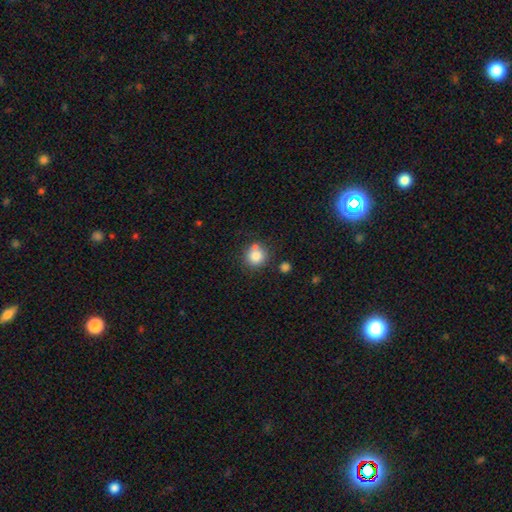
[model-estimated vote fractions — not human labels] smooth 81%, star or artifact 10%, featured or disk 8%. Down the decision tree: how rounded — round (89%); merging — none (66%).